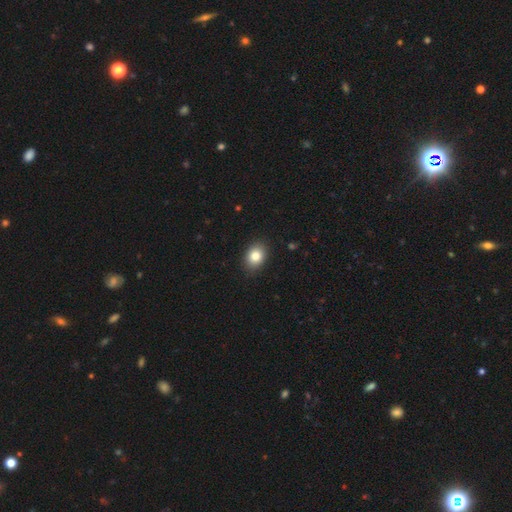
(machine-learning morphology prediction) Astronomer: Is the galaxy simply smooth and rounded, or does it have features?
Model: smooth — 84%.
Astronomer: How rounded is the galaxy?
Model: in between — 68%.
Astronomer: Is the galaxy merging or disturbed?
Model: none — 89%.